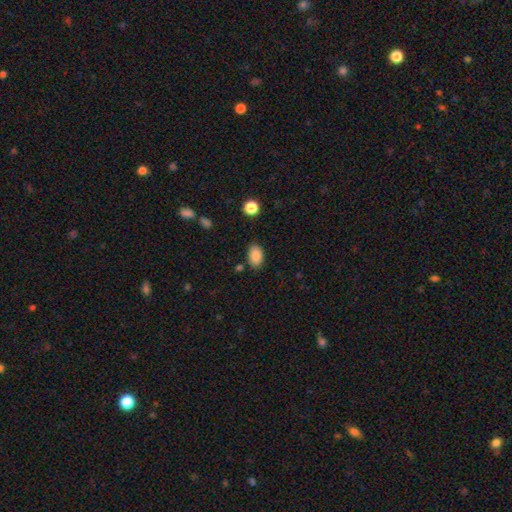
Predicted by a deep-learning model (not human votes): Smooth or featured: smooth — 86% (star or artifact — 8%)
How rounded: in between — 90% (round — 9%)
Merging: none — 80% (minor disturbance — 14%)